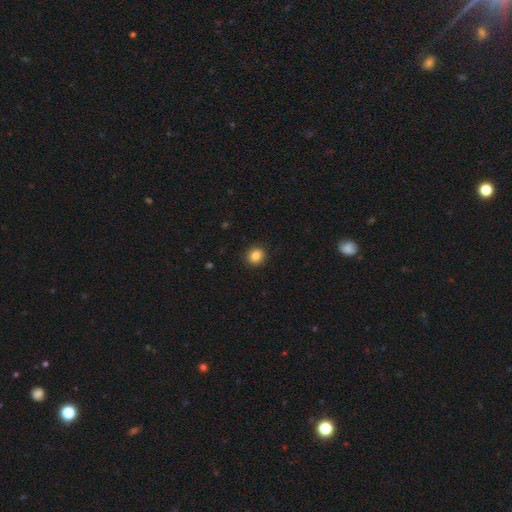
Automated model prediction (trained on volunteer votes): smooth_or_featured: smooth (p=0.84) [alt: star or artifact p=0.10]
how_rounded: round (p=0.84) [alt: in between p=0.15]
merging: none (p=0.91) [alt: minor disturbance p=0.06]